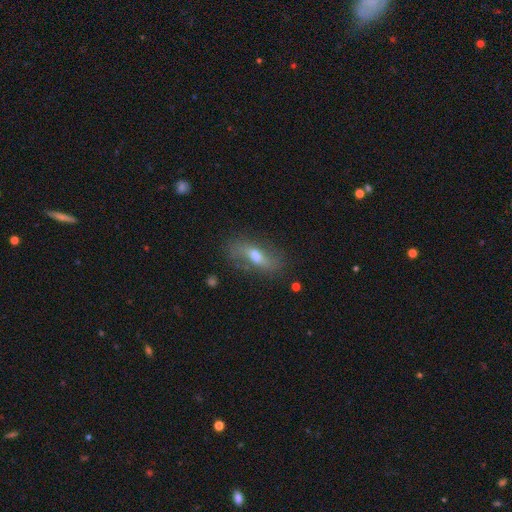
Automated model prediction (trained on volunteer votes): Smooth or featured? smooth (46%)
Merging? none (71%)